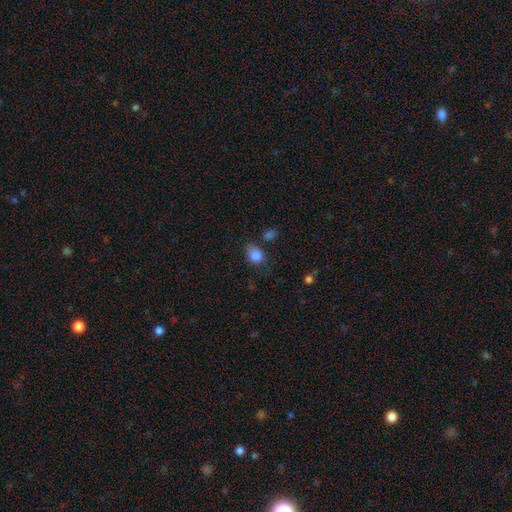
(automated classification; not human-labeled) smooth 84%, star or artifact 11%, featured or disk 5%. Down the decision tree: how rounded — in between (53%); merging — none (52%).